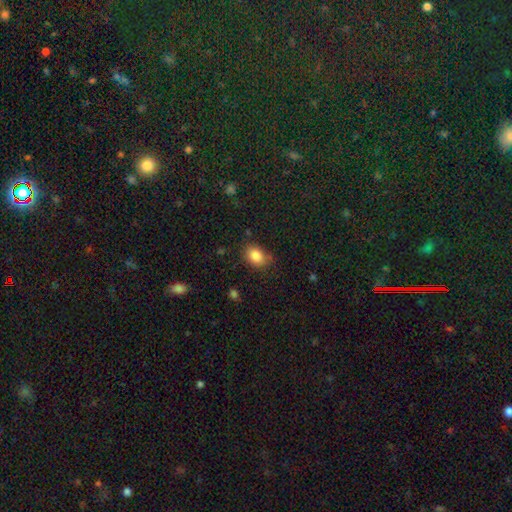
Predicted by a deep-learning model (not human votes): A smooth galaxy with no disk features (85%) that is in between round and cigar-shaped (68%).

Vote fractions:
- Smooth or featured? smooth: 85% / star or artifact: 9% / featured or disk: 6%
- How rounded? in between: 68% / round: 31% / cigar-shaped: 1%
- Merging? none: 73% / minor disturbance: 20% / major disturbance: 5% / merger: 3%